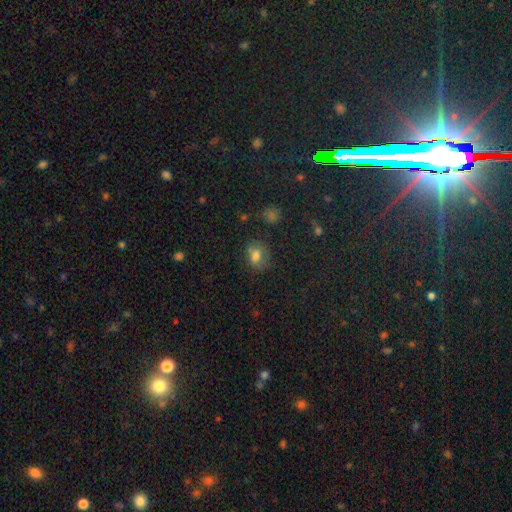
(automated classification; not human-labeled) This appears to be a smooth galaxy with no disk features (74%) that is in between round and cigar-shaped (57%). Merging: none (64%).